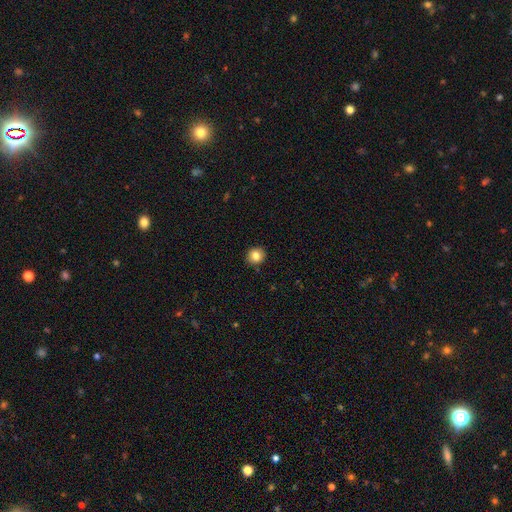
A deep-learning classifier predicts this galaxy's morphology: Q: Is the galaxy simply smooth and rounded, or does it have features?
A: smooth — 84%.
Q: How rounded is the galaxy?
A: round — 89%.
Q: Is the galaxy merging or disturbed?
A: none — 91%.